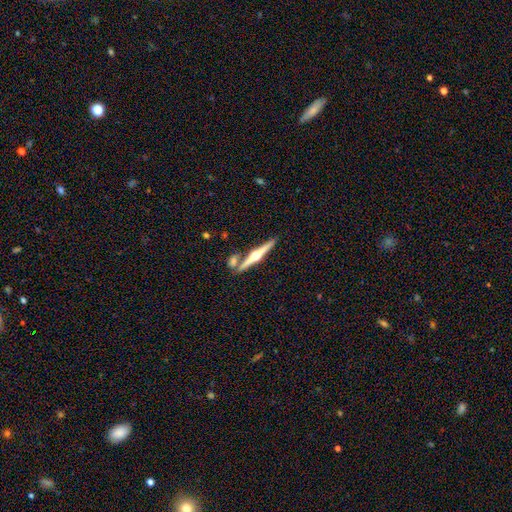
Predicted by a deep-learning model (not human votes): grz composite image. It shows a featured or disk galaxy (80%) viewed edge-on (98%) with a rounded central bulge (95%). Merging: none (80%).